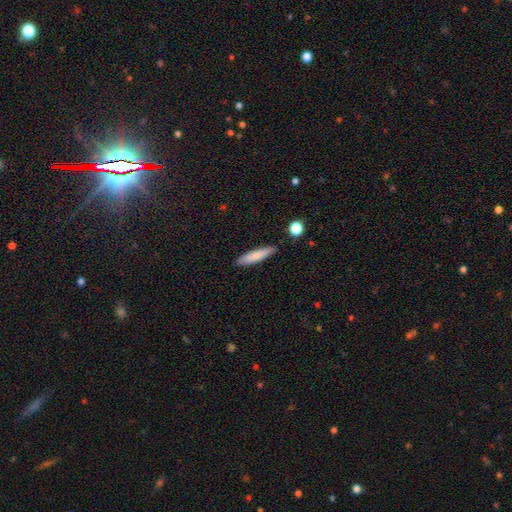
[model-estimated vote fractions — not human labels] A smooth galaxy with no disk features (78%) that is cigar-shaped (84%). Merging: none (88%).